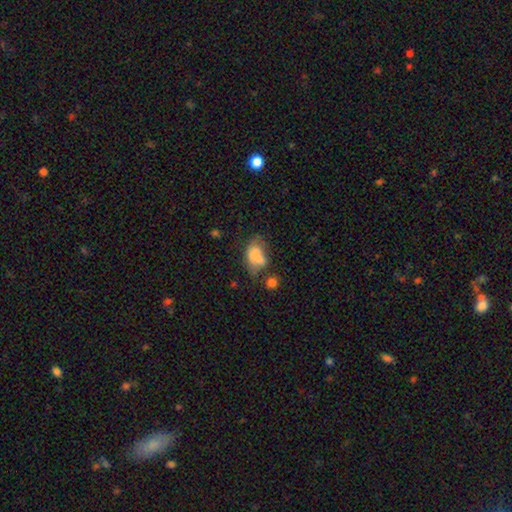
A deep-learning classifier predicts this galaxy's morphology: Smooth or featured? smooth (75%)
How rounded? in between (83%)
Merging? minor disturbance (30%)